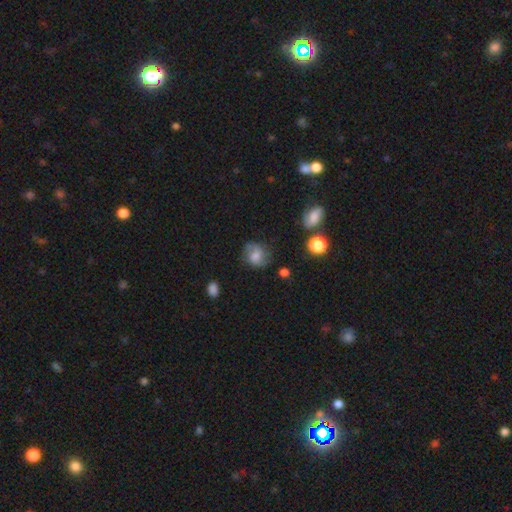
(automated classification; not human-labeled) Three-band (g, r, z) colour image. It shows a smooth galaxy with no disk features (56%) that is round (65%). Merging: none (67%).